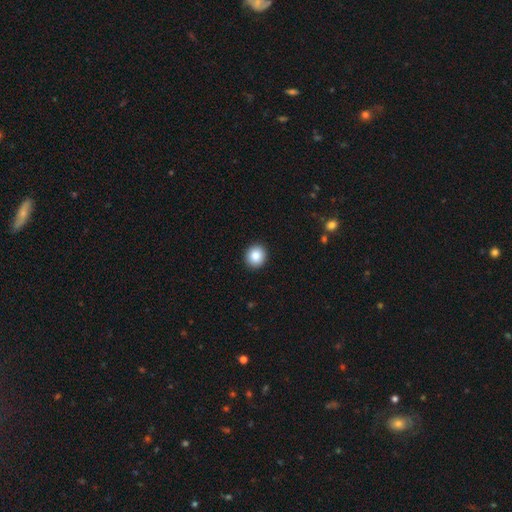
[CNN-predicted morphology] This appears to be a smooth galaxy with no disk features (86%) that is round (85%). Merging: none (92%).